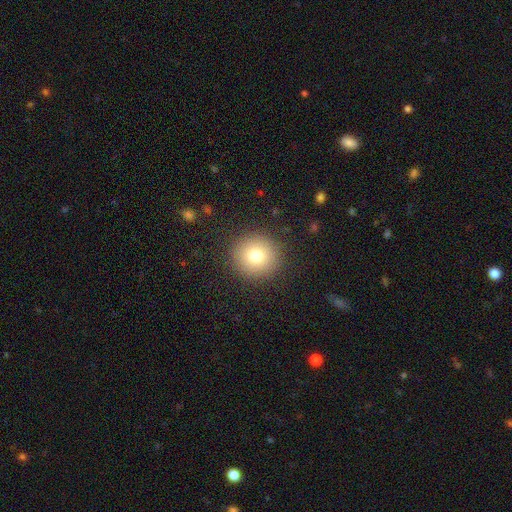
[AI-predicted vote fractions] Morphology: type=smooth (78%); roundness=round (93%); merging=none (90%).